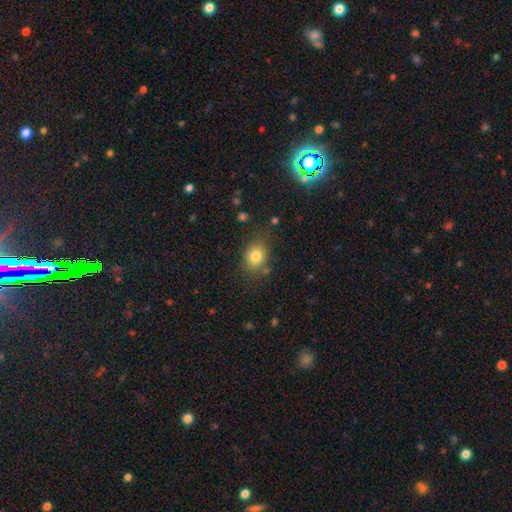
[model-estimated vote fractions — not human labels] A smooth galaxy with no disk features (81%) that is round (51%).

Vote fractions:
- Smooth or featured? smooth: 81% / star or artifact: 11% / featured or disk: 9%
- How rounded? round: 51% / in between: 48% / cigar-shaped: 1%
- Merging? none: 75% / minor disturbance: 16% / major disturbance: 5% / merger: 4%